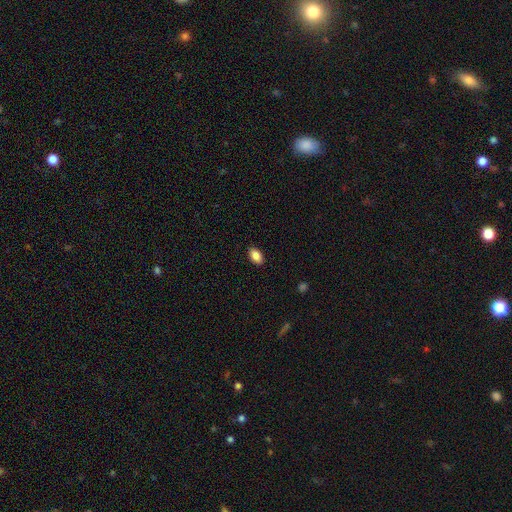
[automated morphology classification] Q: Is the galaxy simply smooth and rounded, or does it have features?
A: smooth — 88%.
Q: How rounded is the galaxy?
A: in between — 91%.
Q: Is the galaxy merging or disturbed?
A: none — 89%.